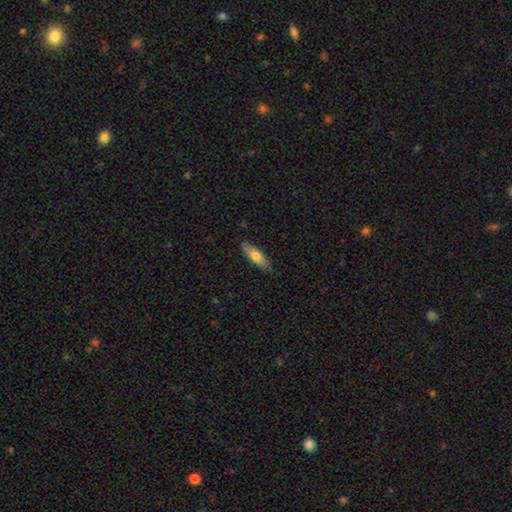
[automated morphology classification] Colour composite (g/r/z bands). It shows a smooth galaxy with no disk features (71%) that is in between round and cigar-shaped (56%). Merging: none (85%).